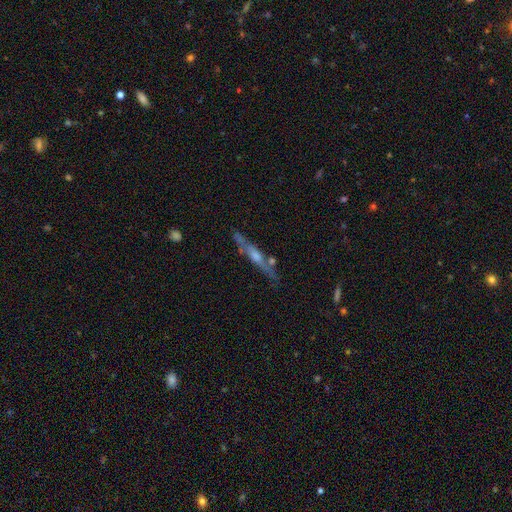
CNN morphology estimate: Q: Smooth or featured?
A: featured or disk (70%); runner-up: smooth (23%)
Q: Edge-on disk?
A: yes (87%); runner-up: no (13%)
Q: Edge-on bulge?
A: rounded (68%); runner-up: none (21%)
Q: Merging?
A: none (73%); runner-up: minor disturbance (17%)